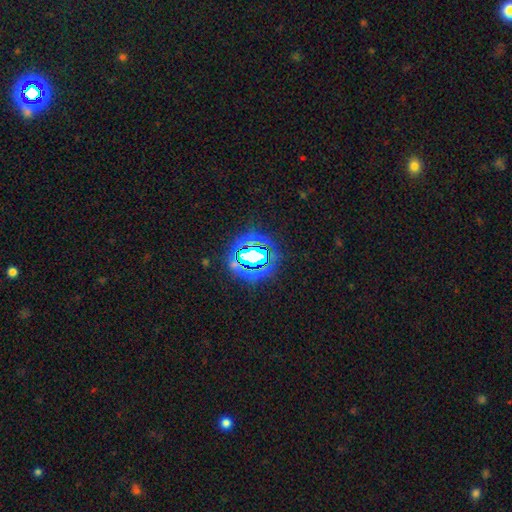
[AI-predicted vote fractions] This is likely a star or artifact rather than a galaxy (65%).